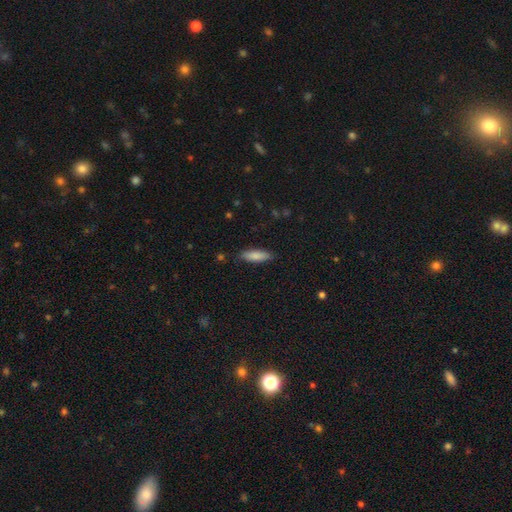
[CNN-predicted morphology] A smooth galaxy with no disk features (84%) that is in between round and cigar-shaped (54%). Merging: none (84%).